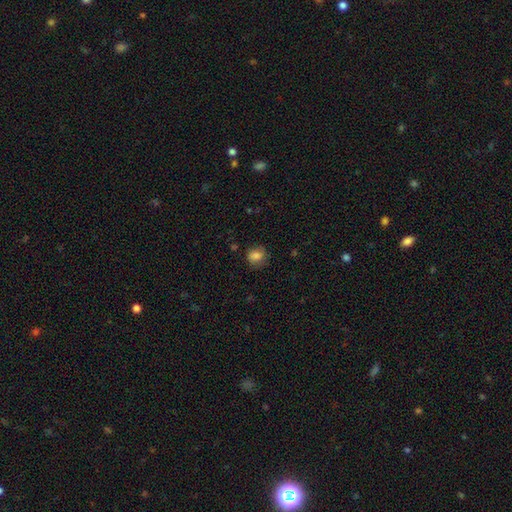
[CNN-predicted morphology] Smooth or featured: smooth — 82% (star or artifact — 10%)
How rounded: round — 66% (in between — 33%)
Merging: none — 76% (minor disturbance — 17%)